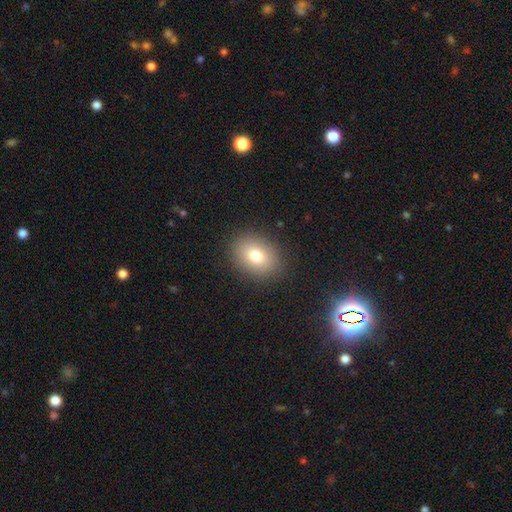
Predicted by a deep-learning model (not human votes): A smooth galaxy with no disk features (78%) that is in between round and cigar-shaped (68%). Merging: none (88%).